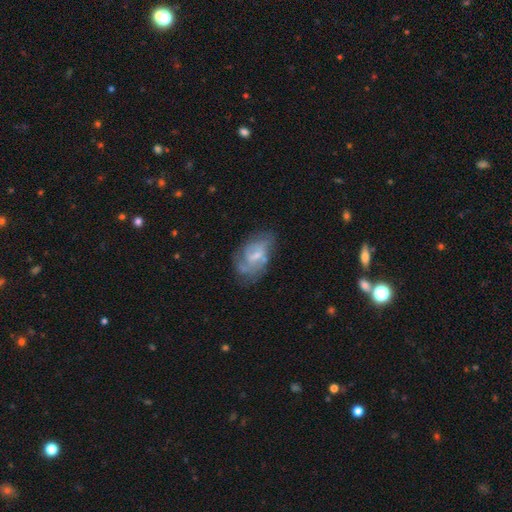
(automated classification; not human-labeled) Smooth or featured?
  - featured or disk: 64% *
  - smooth: 28%
  - star or artifact: 8%
Edge-on disk?
  - no: 96% *
  - yes: 4%
Bar?
  - weak: 51% *
  - no: 37%
  - strong: 12%
Spiral arms?
  - yes: 71% *
  - no: 29%
Bulge size?
  - small: 51% *
  - moderate: 32%
  - none: 13%
  - large: 2%
  - dominant: 1%
Merging?
  - none: 51% *
  - minor disturbance: 27%
  - major disturbance: 18%
  - merger: 4%